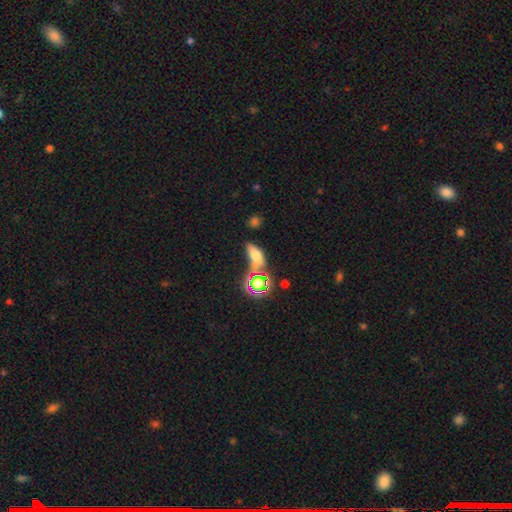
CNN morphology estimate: Smooth or featured?
  - smooth: 57% *
  - star or artifact: 25%
  - featured or disk: 18%
How rounded?
  - in between: 66% *
  - cigar-shaped: 21%
  - round: 13%
Merging?
  - none: 44% *
  - merger: 26%
  - minor disturbance: 18%
  - major disturbance: 12%